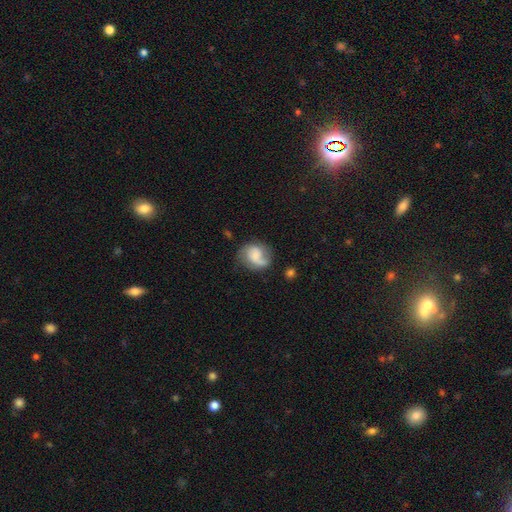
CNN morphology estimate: featured or disk 50%, smooth 41%, star or artifact 8%. Down the decision tree: edge-on disk — no (98%); merging — none (53%).